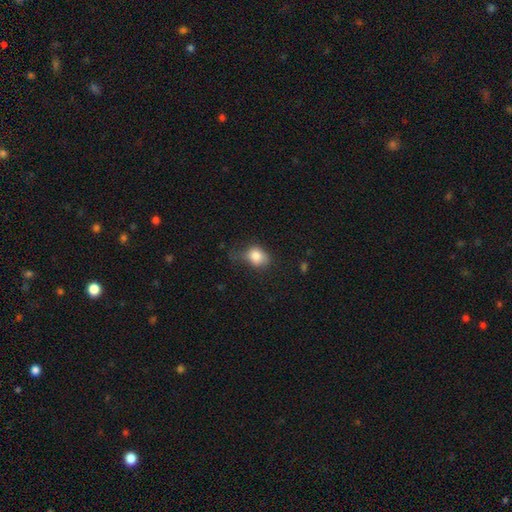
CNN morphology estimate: Smooth or featured: smooth — 83% (star or artifact — 9%)
How rounded: in between — 56% (round — 43%)
Merging: none — 45% (minor disturbance — 35%)